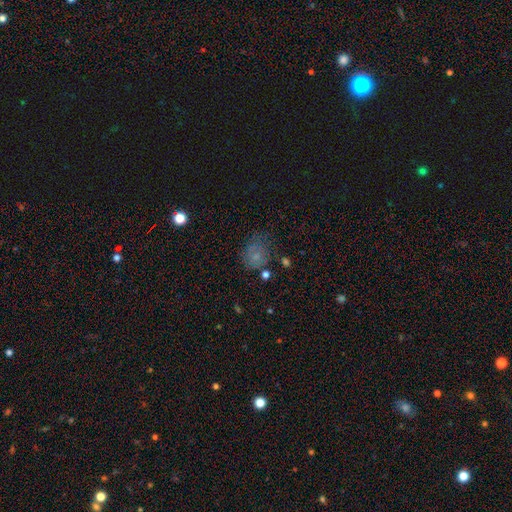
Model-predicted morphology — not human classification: Smooth or featured? smooth (63%)
How rounded? round (58%)
Merging? none (52%)